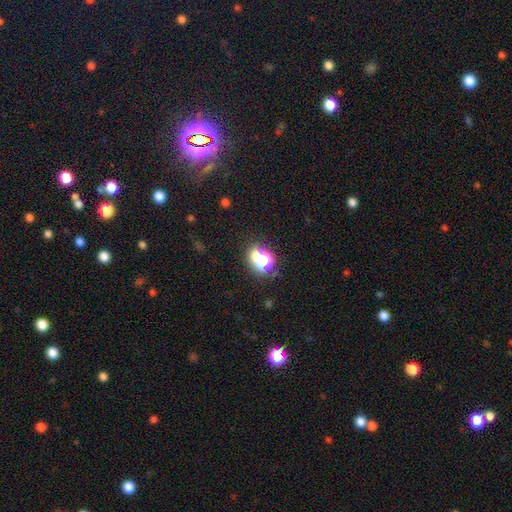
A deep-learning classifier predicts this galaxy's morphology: Smooth or featured? star or artifact (47%)